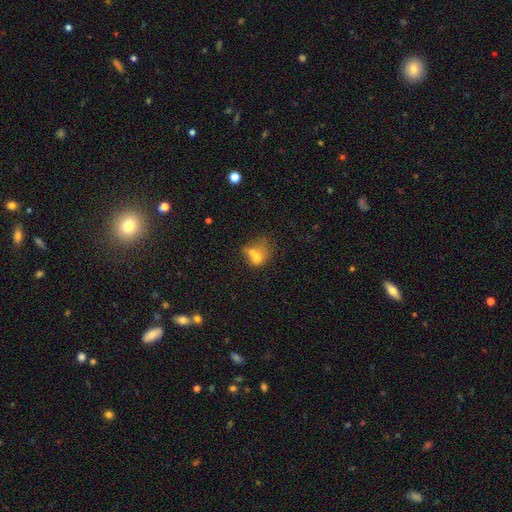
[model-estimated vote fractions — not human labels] smooth 64%, featured or disk 24%, star or artifact 13%. Down the decision tree: how rounded — round (55%); merging — merger (60%).